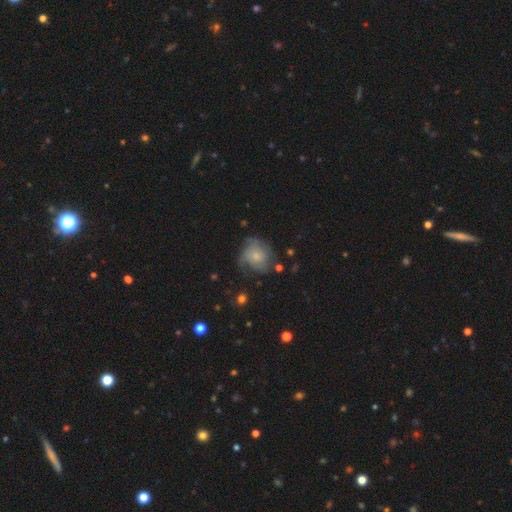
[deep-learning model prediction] This is possibly a smooth galaxy (49%). Merging: possibly none (48%).